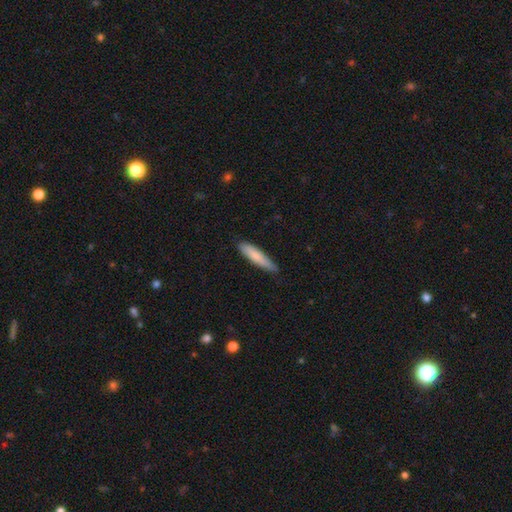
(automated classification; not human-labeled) Smooth or featured? smooth (80%)
How rounded? cigar-shaped (81%)
Merging? none (78%)